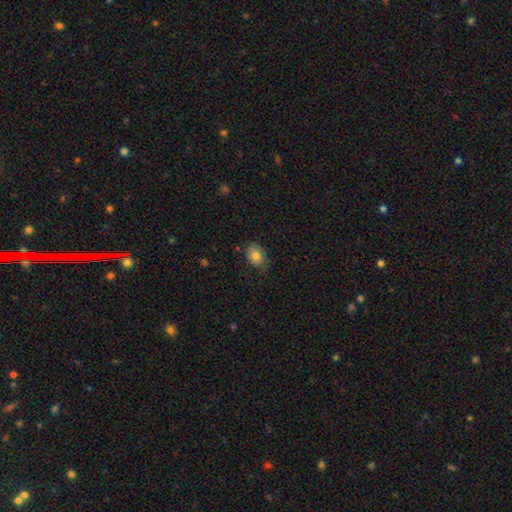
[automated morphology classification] Smooth or featured? Predicted: smooth (p=0.81). How rounded? Predicted: in between (p=0.76). Merging? Predicted: none (p=0.73).